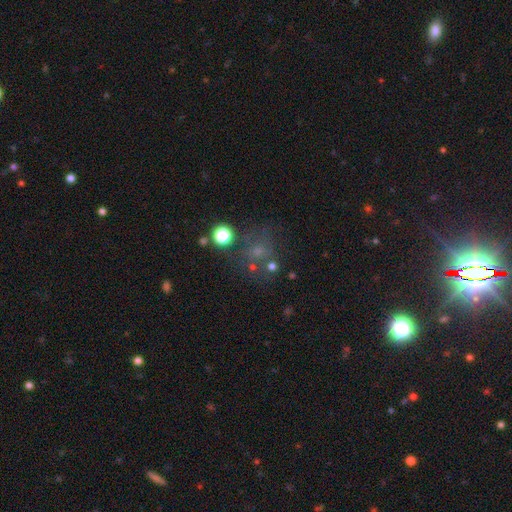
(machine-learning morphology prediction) smooth_or_featured: star or artifact (p=0.43) [alt: smooth p=0.40]